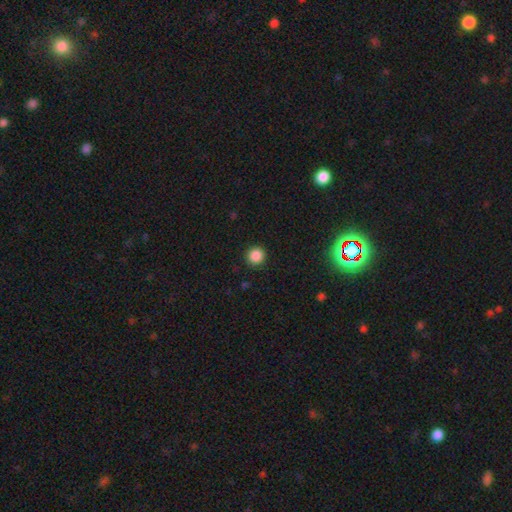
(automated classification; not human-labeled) Smooth or featured? Predicted: smooth (p=0.87). How rounded? Predicted: round (p=0.94). Merging? Predicted: none (p=0.92).